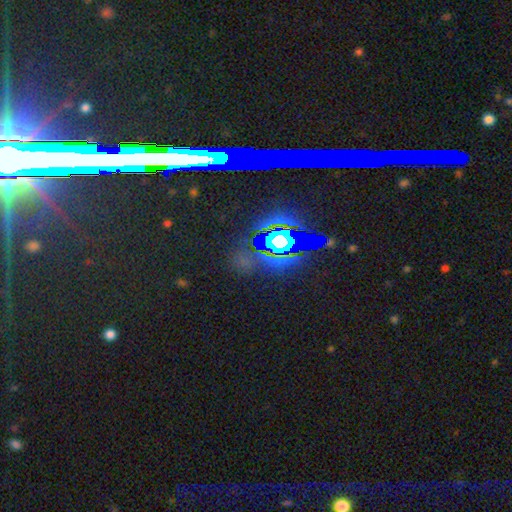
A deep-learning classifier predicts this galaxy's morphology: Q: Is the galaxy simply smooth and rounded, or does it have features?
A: star or artifact — 79%.